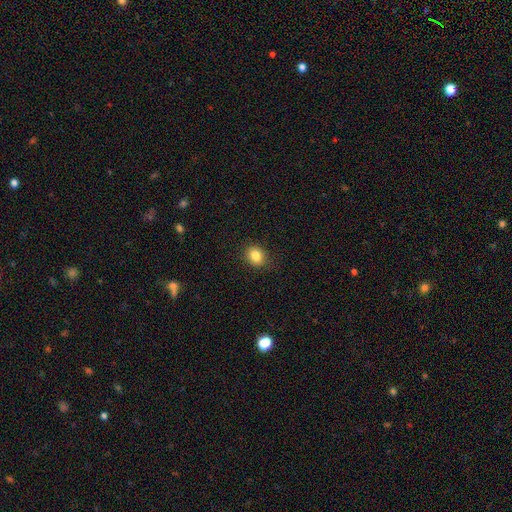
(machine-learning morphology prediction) This appears to be a smooth galaxy with no disk features (84%) that is round (65%). Merging: none (88%).